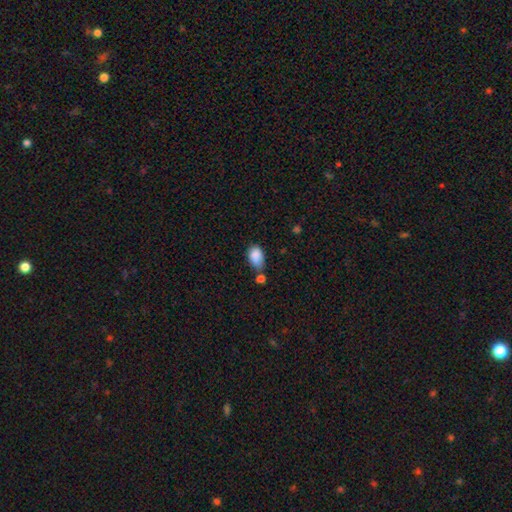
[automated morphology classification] Q: Smooth or featured?
A: smooth (86%); runner-up: star or artifact (8%)
Q: How rounded?
A: in between (87%); runner-up: round (11%)
Q: Merging?
A: none (45%); runner-up: minor disturbance (29%)